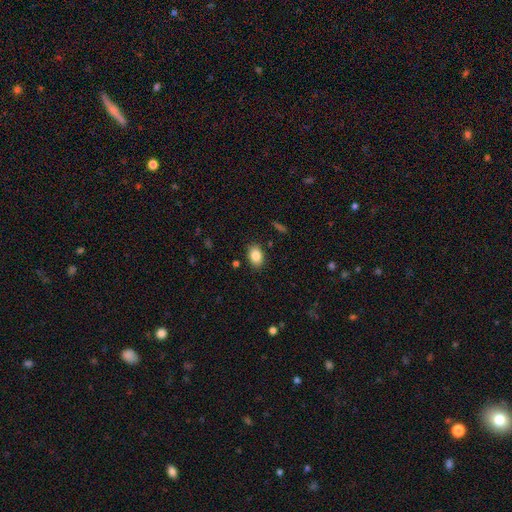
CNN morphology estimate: A smooth galaxy with no disk features (85%) that is in between round and cigar-shaped (81%). Merging: none (86%).